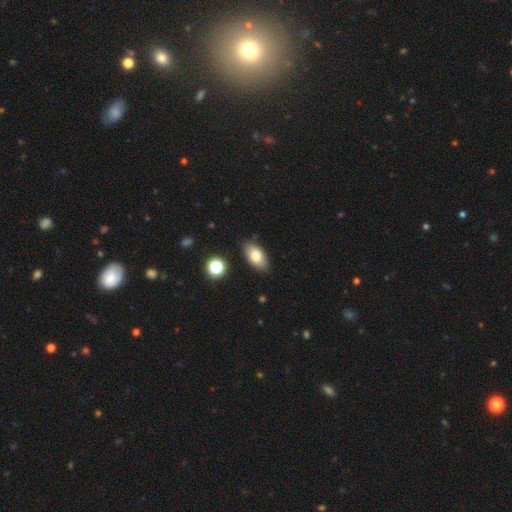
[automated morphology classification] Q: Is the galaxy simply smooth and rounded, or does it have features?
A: smooth — 78%.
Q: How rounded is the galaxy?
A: in between — 91%.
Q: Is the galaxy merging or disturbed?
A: none — 85%.